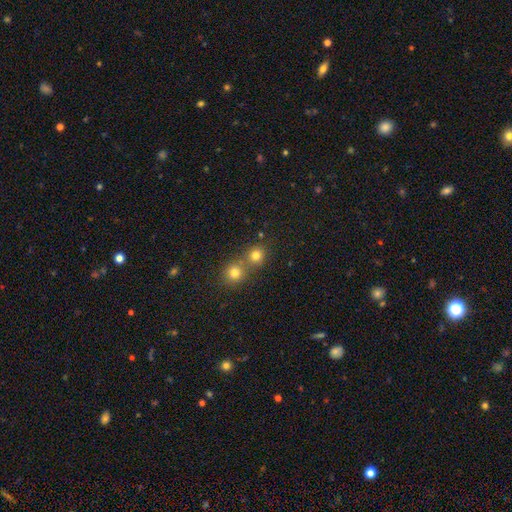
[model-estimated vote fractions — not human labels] Smooth or featured: smooth — 78% (star or artifact — 15%)
How rounded: round — 87% (in between — 12%)
Merging: none — 51% (merger — 41%)